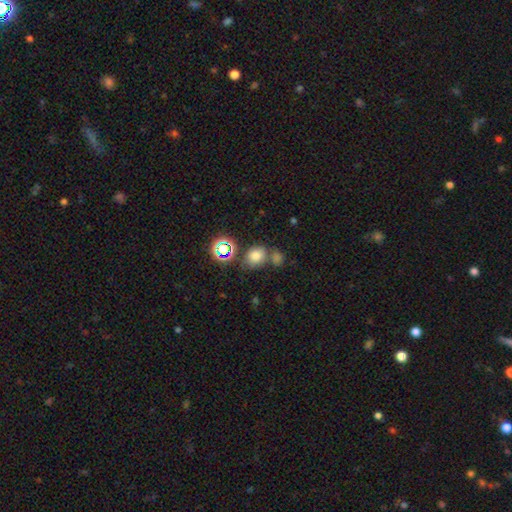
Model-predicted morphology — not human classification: smooth_or_featured: smooth (p=0.73) [alt: star or artifact p=0.19]
how_rounded: in between (p=0.50) [alt: round p=0.49]
merging: none (p=0.58) [alt: merger p=0.25]